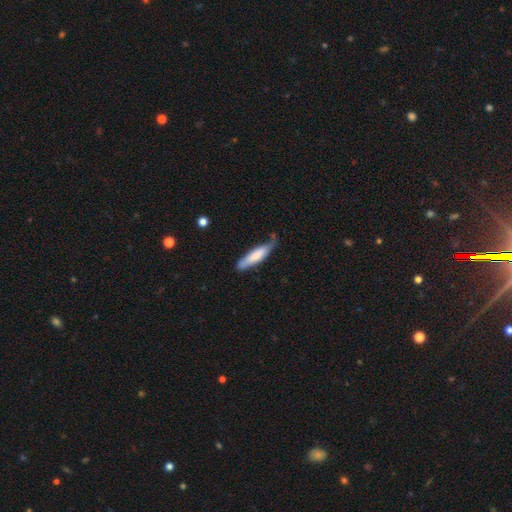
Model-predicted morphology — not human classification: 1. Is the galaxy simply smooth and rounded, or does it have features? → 74% smooth, 21% featured or disk, 5% star or artifact.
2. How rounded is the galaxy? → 76% cigar-shaped, 23% in between, 1% round.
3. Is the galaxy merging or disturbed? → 56% none, 33% minor disturbance, 7% major disturbance, 4% merger.